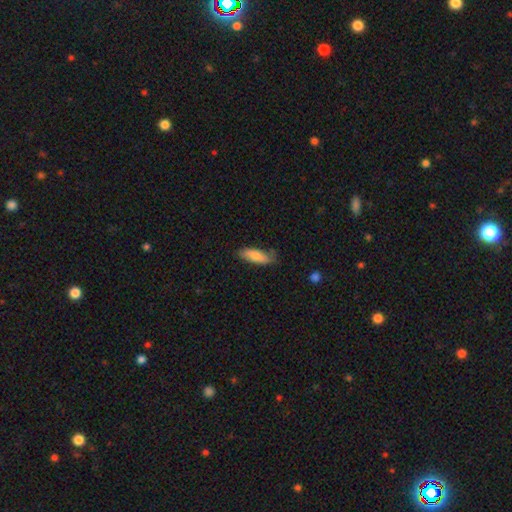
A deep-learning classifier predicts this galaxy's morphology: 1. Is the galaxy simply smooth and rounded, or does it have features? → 76% smooth, 18% featured or disk, 6% star or artifact.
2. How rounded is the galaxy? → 61% in between, 37% cigar-shaped, 2% round.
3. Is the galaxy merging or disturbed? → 71% none, 23% minor disturbance, 4% major disturbance, 2% merger.